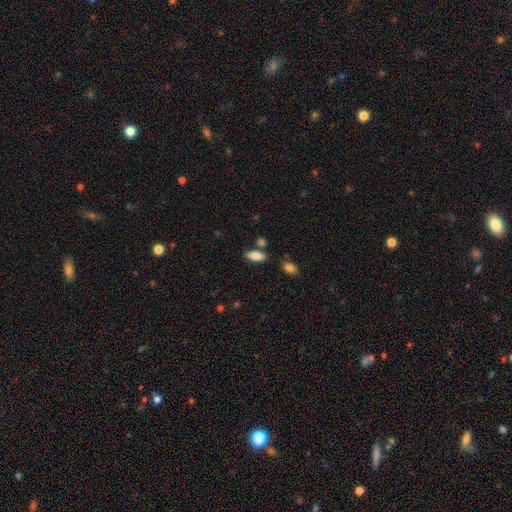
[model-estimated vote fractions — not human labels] Smooth or featured: smooth — 85% (featured or disk — 8%)
How rounded: in between — 80% (cigar-shaped — 18%)
Merging: none — 78% (minor disturbance — 12%)